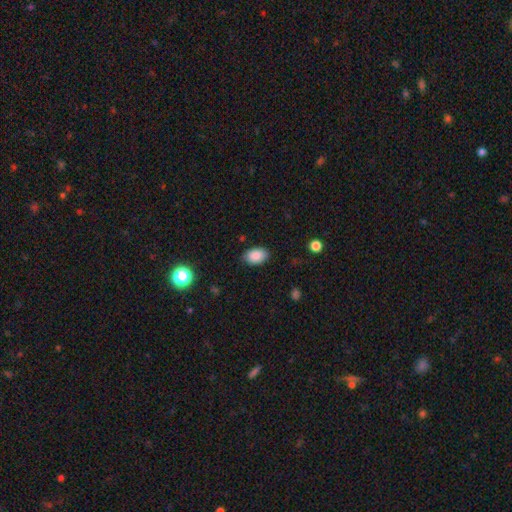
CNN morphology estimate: A smooth galaxy with no disk features (87%) that is in between round and cigar-shaped (88%). Merging: none (84%).